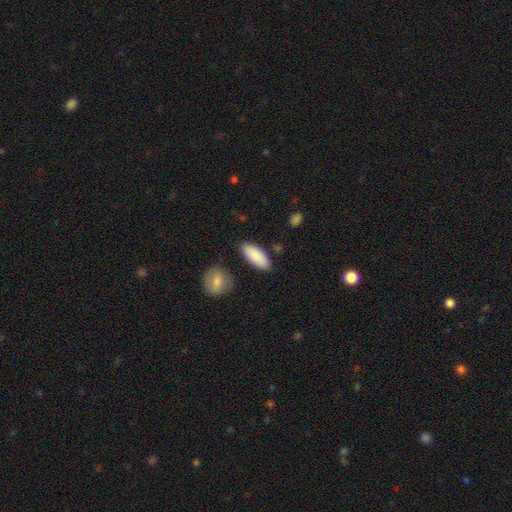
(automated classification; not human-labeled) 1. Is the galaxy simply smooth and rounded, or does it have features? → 89% smooth, 6% featured or disk, 5% star or artifact.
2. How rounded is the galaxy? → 83% in between, 15% cigar-shaped, 2% round.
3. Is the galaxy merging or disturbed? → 82% none, 11% minor disturbance, 4% merger, 3% major disturbance.